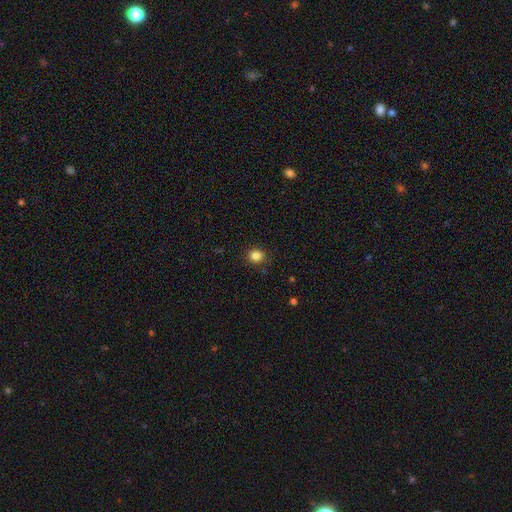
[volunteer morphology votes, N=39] This appears to be a smooth galaxy with no disk features (90%) that is round (94%). Merging: none (72%).